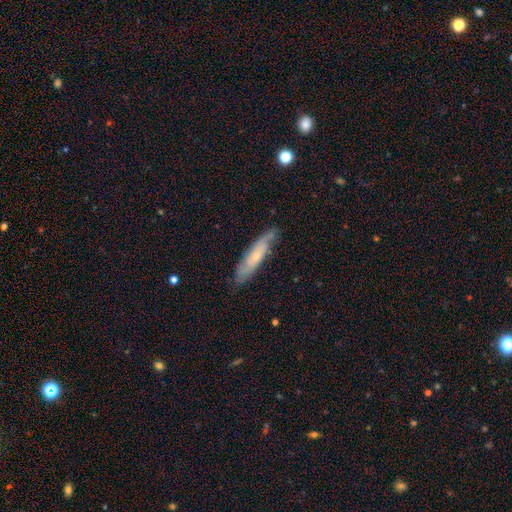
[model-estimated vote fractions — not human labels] Smooth or featured?
  - featured or disk: 57% *
  - smooth: 36%
  - star or artifact: 6%
Edge-on disk?
  - no: 56% *
  - yes: 44%
Merging?
  - none: 77% *
  - minor disturbance: 18%
  - major disturbance: 4%
  - merger: 1%